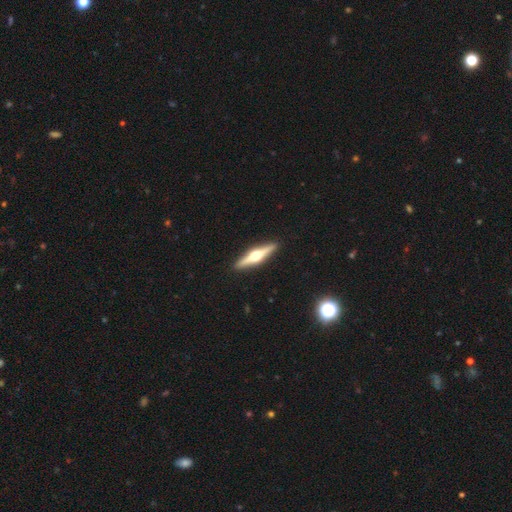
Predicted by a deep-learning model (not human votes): Q: Smooth or featured?
A: featured or disk (75%); runner-up: smooth (21%)
Q: Edge-on disk?
A: yes (98%); runner-up: no (2%)
Q: Edge-on bulge?
A: rounded (96%); runner-up: boxy (3%)
Q: Merging?
A: none (92%); runner-up: minor disturbance (6%)